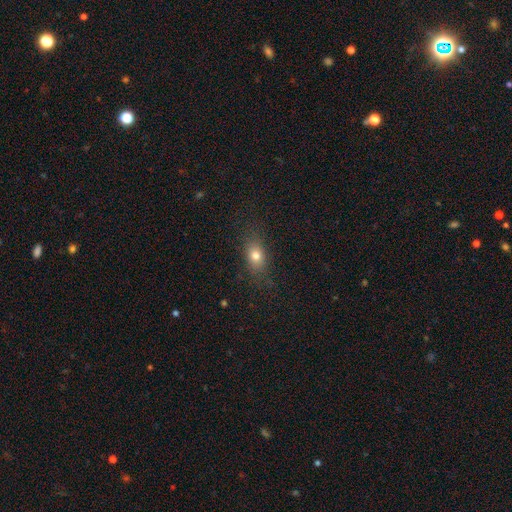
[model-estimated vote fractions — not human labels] The model was most divided on "how rounded": in between: 72%, round: 21%, cigar-shaped: 7%. More confident: merging — none (80%); smooth or featured — smooth (76%).